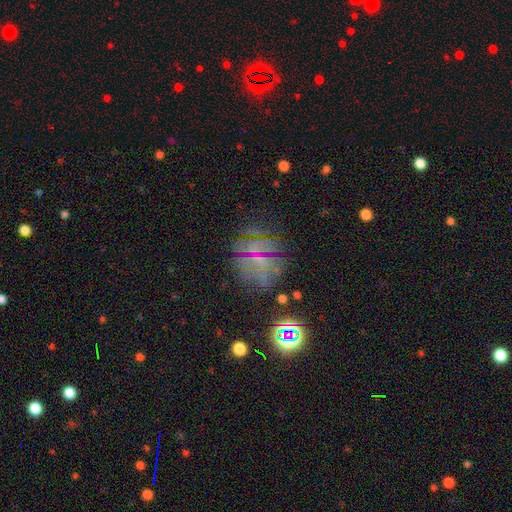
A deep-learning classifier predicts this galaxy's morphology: The model was most divided on "smooth or featured": star or artifact: 44%, featured or disk: 31%, smooth: 25%.